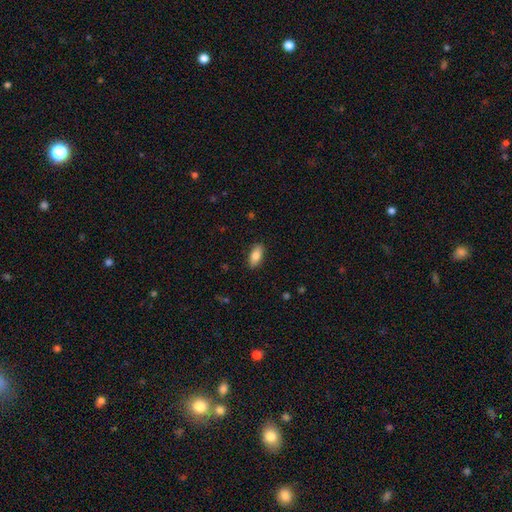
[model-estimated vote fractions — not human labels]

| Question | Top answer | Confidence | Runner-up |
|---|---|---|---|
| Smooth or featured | smooth | 82% | featured or disk (12%) |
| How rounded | in between | 86% | cigar-shaped (12%) |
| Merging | none | 89% | minor disturbance (8%) |